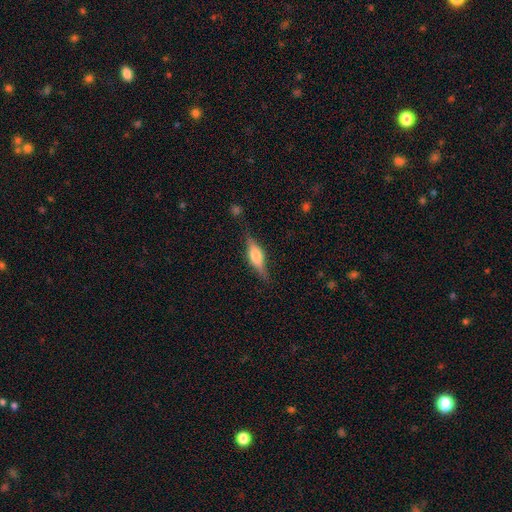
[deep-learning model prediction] This appears to be a featured or disk galaxy (52%) viewed edge-on (93%). Merging: none (78%).